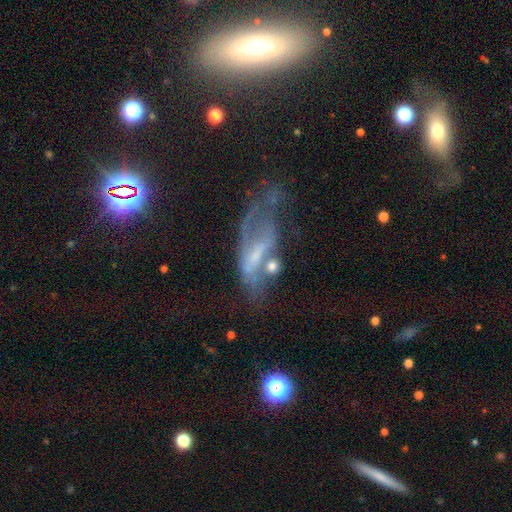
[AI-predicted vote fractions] The model was most divided on "bar": weak: 40%, no: 38%, strong: 22%. Remaining: edge-on disk — no (83%); smooth or featured — featured or disk (62%); spiral arms — yes (53%); bulge size — small (43%); merging — major disturbance (36%).